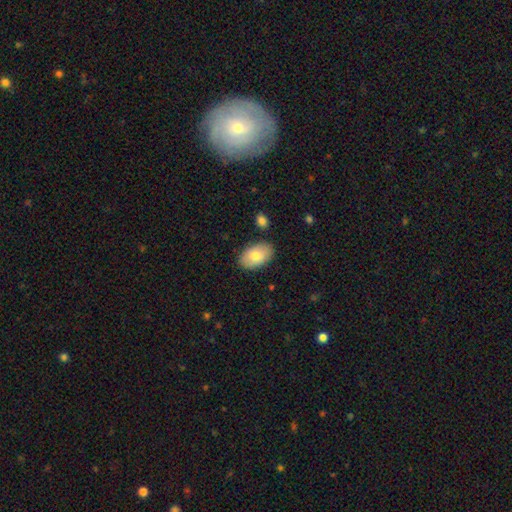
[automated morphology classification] type=smooth (79%); roundness=in between (93%); merging=none (84%).